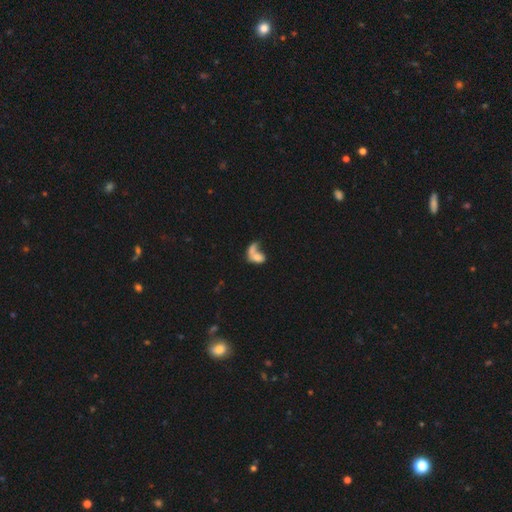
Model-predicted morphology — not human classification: Smooth or featured? Predicted: smooth (p=0.58). How rounded? Predicted: in between (p=0.75). Merging? Predicted: merger (p=0.47).